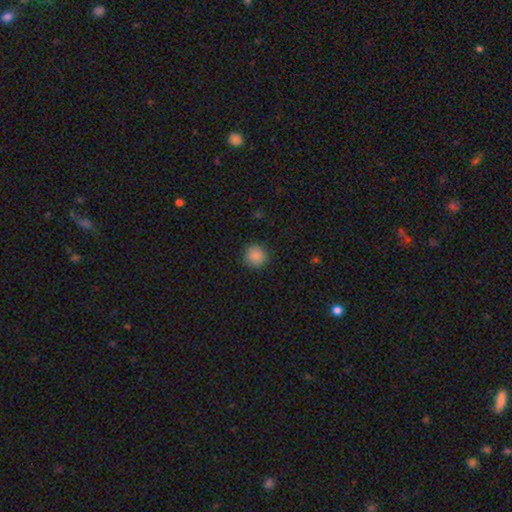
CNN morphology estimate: Smooth or featured: smooth — 87% (star or artifact — 9%)
How rounded: round — 94% (in between — 5%)
Merging: none — 90% (minor disturbance — 7%)